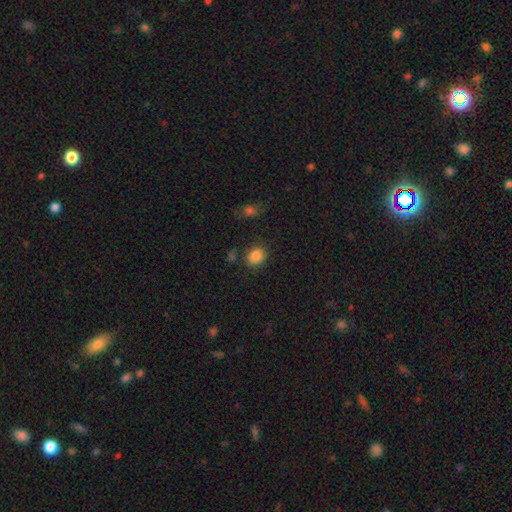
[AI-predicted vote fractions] Smooth or featured?
  - smooth: 85% *
  - star or artifact: 10%
  - featured or disk: 4%
How rounded?
  - round: 67% *
  - in between: 32%
  - cigar-shaped: 1%
Merging?
  - none: 81% *
  - minor disturbance: 11%
  - merger: 5%
  - major disturbance: 4%